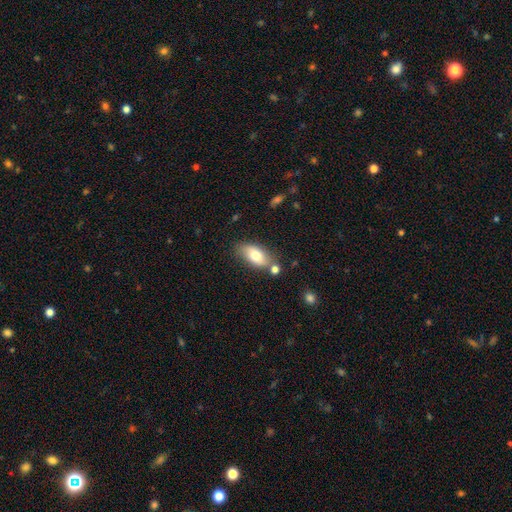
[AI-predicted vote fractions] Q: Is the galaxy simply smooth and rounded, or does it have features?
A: smooth — 74%.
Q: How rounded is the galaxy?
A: in between — 89%.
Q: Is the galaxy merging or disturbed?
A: none — 67%.